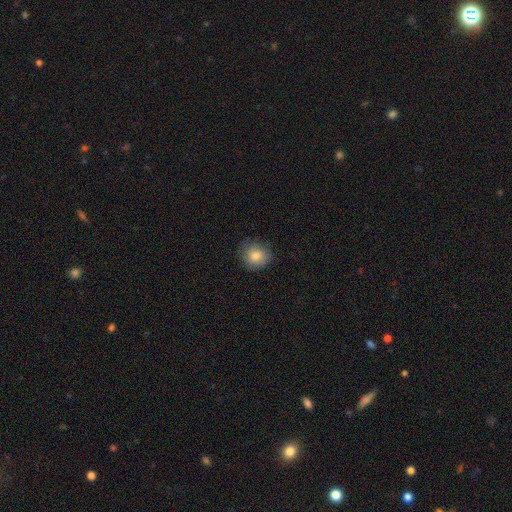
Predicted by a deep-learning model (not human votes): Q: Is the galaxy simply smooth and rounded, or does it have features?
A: smooth — 83%.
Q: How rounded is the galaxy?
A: round — 81%.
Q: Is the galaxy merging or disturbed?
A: none — 78%.